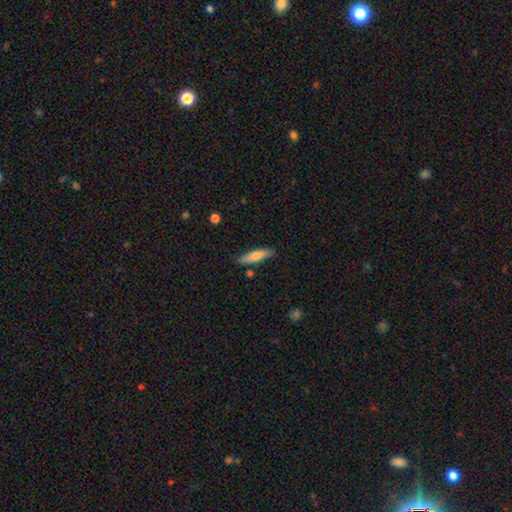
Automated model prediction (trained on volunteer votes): smooth-or-featured: smooth: 74% | featured or disk: 20% | star or artifact: 6%
  how-rounded: cigar-shaped: 72% | in between: 26% | round: 2%
  merging: none: 83% | minor disturbance: 12% | merger: 3% | major disturbance: 2%